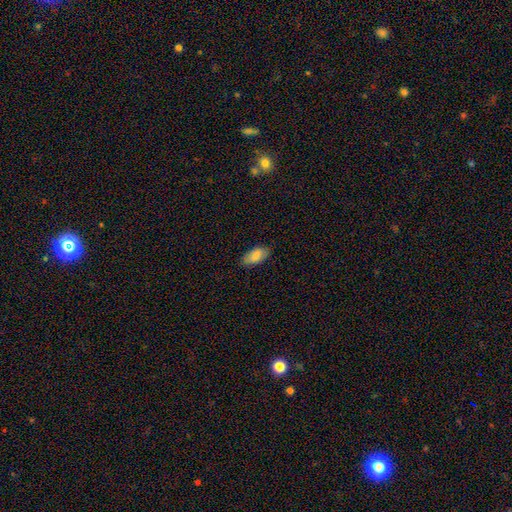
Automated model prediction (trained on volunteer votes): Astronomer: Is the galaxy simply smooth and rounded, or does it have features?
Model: smooth — 82%.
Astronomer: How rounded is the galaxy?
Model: in between — 92%.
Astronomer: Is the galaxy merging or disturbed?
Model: none — 83%.